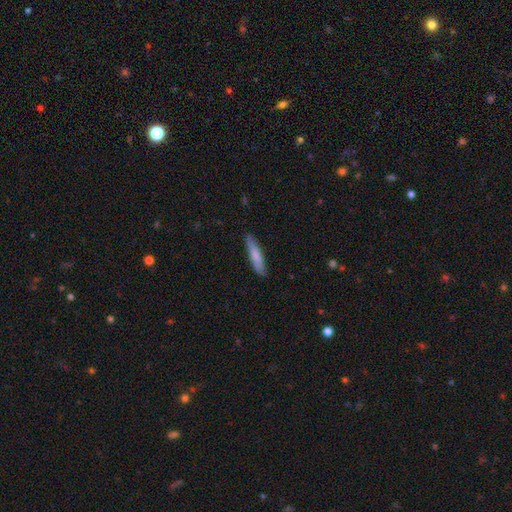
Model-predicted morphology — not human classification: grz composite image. It shows a smooth galaxy with no disk features (76%) that is cigar-shaped (86%). Merging: none (85%).